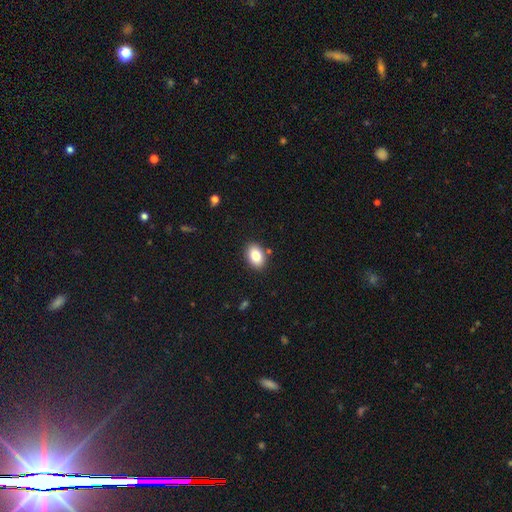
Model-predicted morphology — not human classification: Smooth or featured? Predicted: smooth (p=0.83). How rounded? Predicted: in between (p=0.84). Merging? Predicted: none (p=0.88).